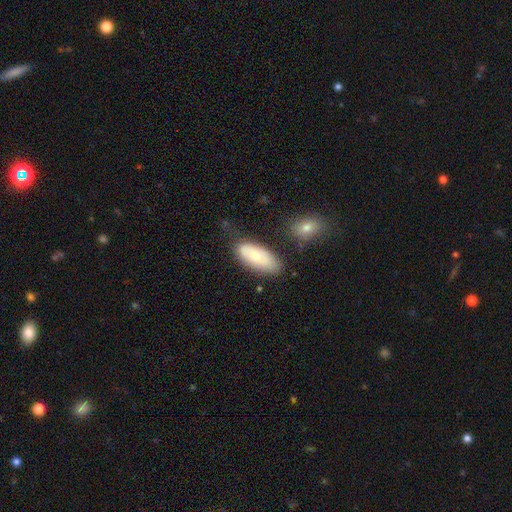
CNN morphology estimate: The model was most divided on "smooth or featured": smooth: 65%, featured or disk: 28%, star or artifact: 7%. More confident: how rounded — in between (88%); merging — none (66%).